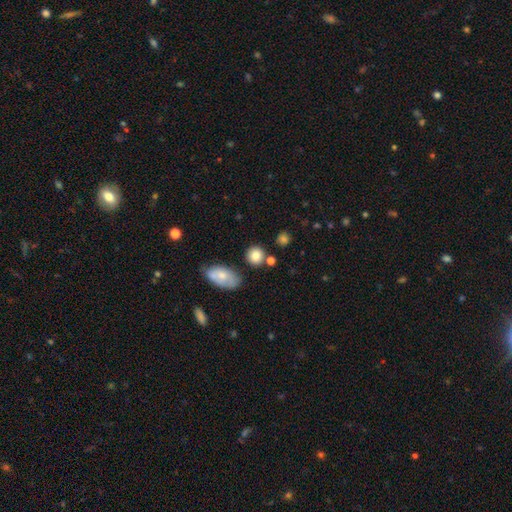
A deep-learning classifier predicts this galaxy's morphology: Q: Smooth or featured?
A: smooth (83%); runner-up: star or artifact (9%)
Q: How rounded?
A: round (82%); runner-up: in between (17%)
Q: Merging?
A: none (76%); runner-up: minor disturbance (11%)